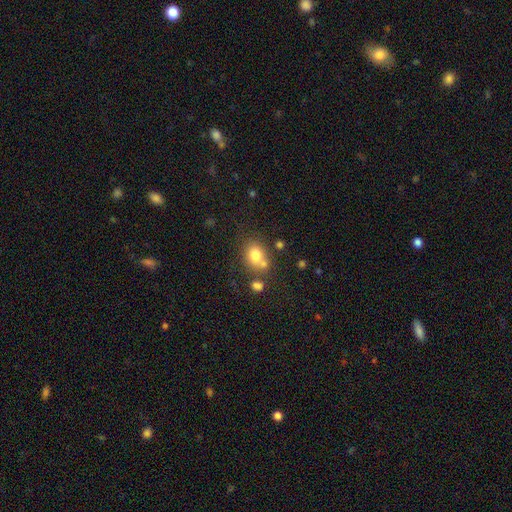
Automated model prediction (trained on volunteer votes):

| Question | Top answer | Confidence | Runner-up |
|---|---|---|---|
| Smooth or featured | smooth | 77% | star or artifact (11%) |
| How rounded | round | 51% | in between (48%) |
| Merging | none | 57% | merger (23%) |